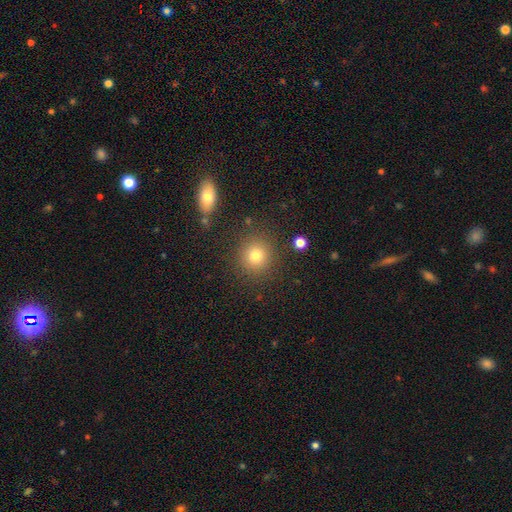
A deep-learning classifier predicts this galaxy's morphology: A smooth galaxy with no disk features (79%) that is round (91%).

Vote fractions:
- Smooth or featured? smooth: 79% / star or artifact: 14% / featured or disk: 8%
- How rounded? round: 91% / in between: 9% / cigar-shaped: 1%
- Merging? none: 86% / minor disturbance: 7% / major disturbance: 3% / merger: 3%